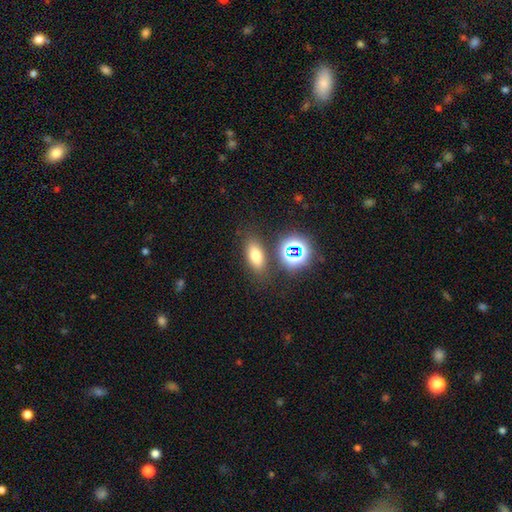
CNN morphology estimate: The model was most divided on "smooth or featured": smooth: 69%, star or artifact: 20%, featured or disk: 11%. More confident: merging — none (80%); how rounded — in between (76%).